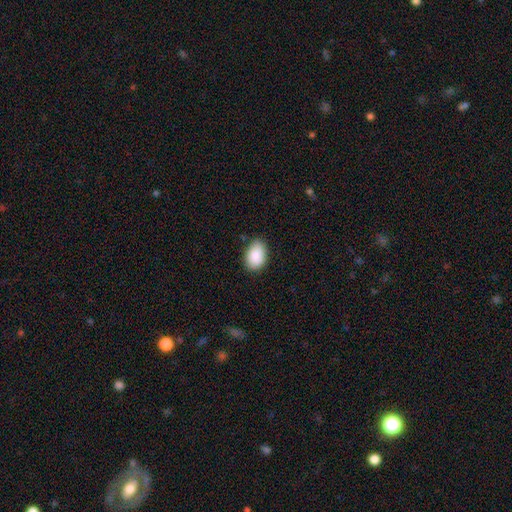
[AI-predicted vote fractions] Smooth or featured? smooth (88%)
How rounded? in between (86%)
Merging? none (80%)